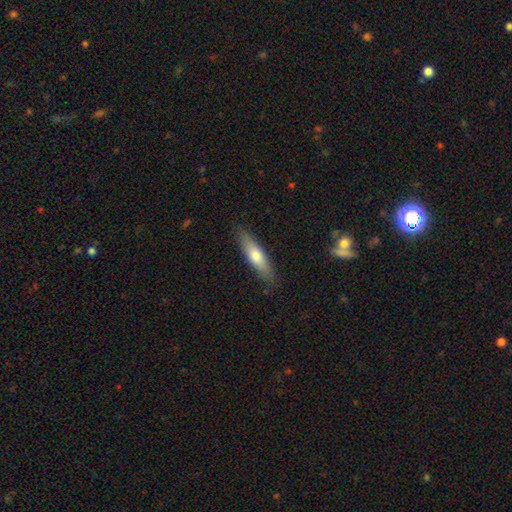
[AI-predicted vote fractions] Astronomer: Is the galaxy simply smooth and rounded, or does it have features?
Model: smooth — 64%.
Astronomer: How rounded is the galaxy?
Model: cigar-shaped — 71%.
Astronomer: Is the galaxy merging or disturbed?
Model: none — 86%.